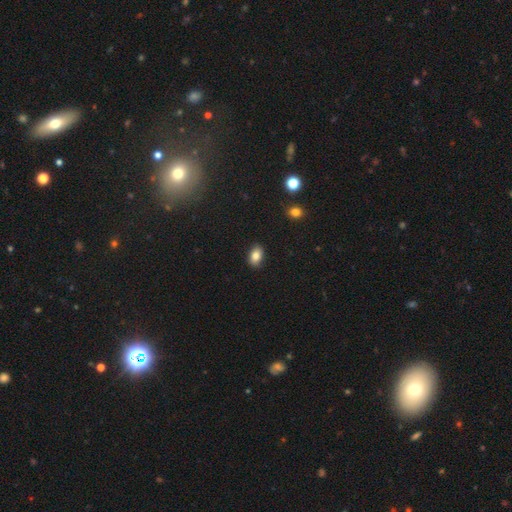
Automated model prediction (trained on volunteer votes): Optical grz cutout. It shows a smooth galaxy with no disk features (83%) that is in between round and cigar-shaped (86%). Merging: none (88%).